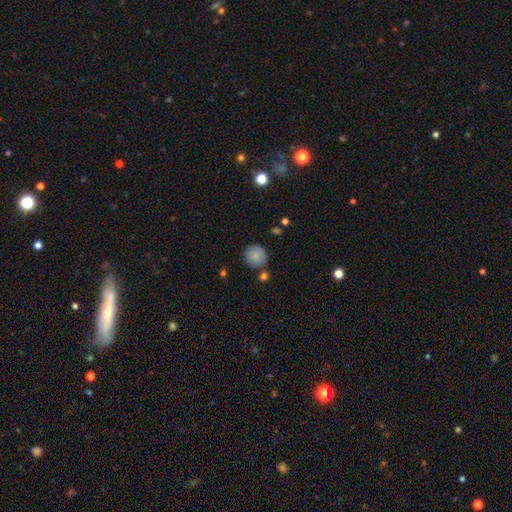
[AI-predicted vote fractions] Q: Smooth or featured?
A: smooth (84%); runner-up: star or artifact (8%)
Q: How rounded?
A: round (90%); runner-up: in between (9%)
Q: Merging?
A: none (75%); runner-up: minor disturbance (14%)